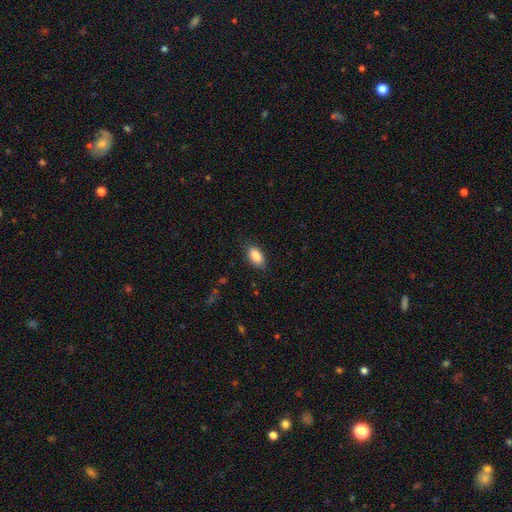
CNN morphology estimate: type=smooth (87%); roundness=in between (92%); merging=none (84%).